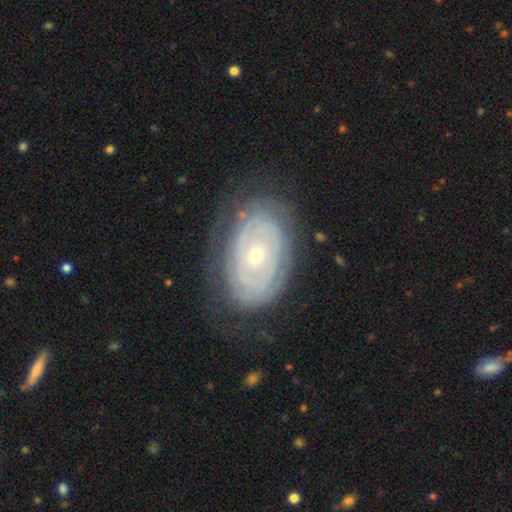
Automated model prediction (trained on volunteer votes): Q: Smooth or featured?
A: featured or disk (75%); runner-up: smooth (19%)
Q: Edge-on disk?
A: no (95%); runner-up: yes (5%)
Q: Bar?
A: no (82%); runner-up: weak (14%)
Q: Spiral arms?
A: yes (68%); runner-up: no (32%)
Q: Bulge size?
A: small (58%); runner-up: moderate (38%)
Q: Merging?
A: none (74%); runner-up: minor disturbance (17%)